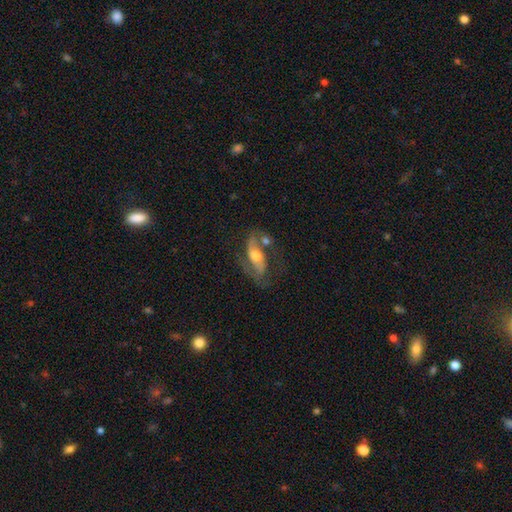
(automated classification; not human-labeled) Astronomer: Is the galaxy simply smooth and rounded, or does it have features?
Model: featured or disk — 70%.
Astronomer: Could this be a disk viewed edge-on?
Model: no — 85%.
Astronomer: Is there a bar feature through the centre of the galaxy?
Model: no — 49% (runner-up: weak, 30%).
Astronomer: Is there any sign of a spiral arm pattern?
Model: yes — 81%.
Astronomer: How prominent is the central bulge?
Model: moderate — 64%.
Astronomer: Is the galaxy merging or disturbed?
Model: none — 49%.